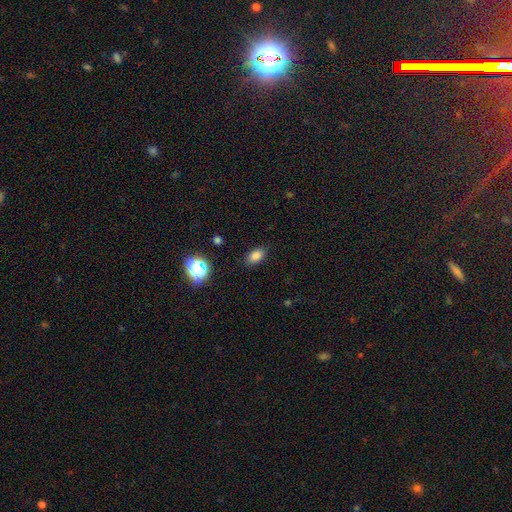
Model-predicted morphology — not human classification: smooth-or-featured: smooth: 81% | star or artifact: 14% | featured or disk: 5%
  how-rounded: in between: 86% | round: 11% | cigar-shaped: 3%
  merging: none: 85% | minor disturbance: 11% | major disturbance: 3% | merger: 1%